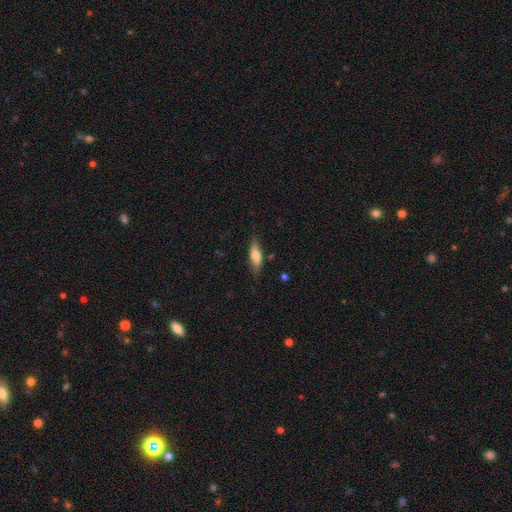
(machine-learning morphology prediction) smooth-or-featured: smooth: 68% | featured or disk: 26% | star or artifact: 7%
  how-rounded: cigar-shaped: 51% | in between: 47% | round: 2%
  merging: none: 75% | minor disturbance: 19% | major disturbance: 4% | merger: 2%